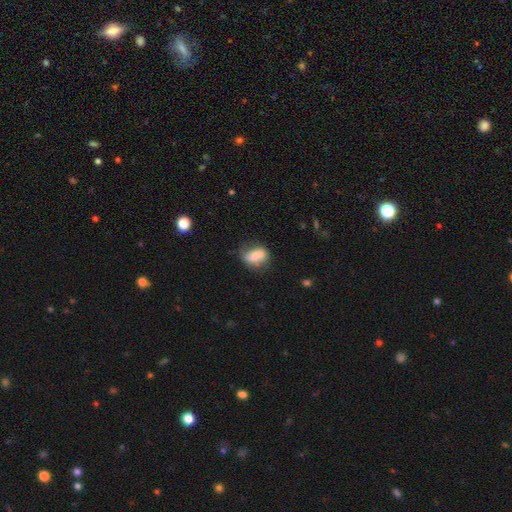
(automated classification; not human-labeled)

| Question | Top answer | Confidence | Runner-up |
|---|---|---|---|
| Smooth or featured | smooth | 65% | featured or disk (26%) |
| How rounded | in between | 74% | round (22%) |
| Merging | none | 50% | minor disturbance (30%) |